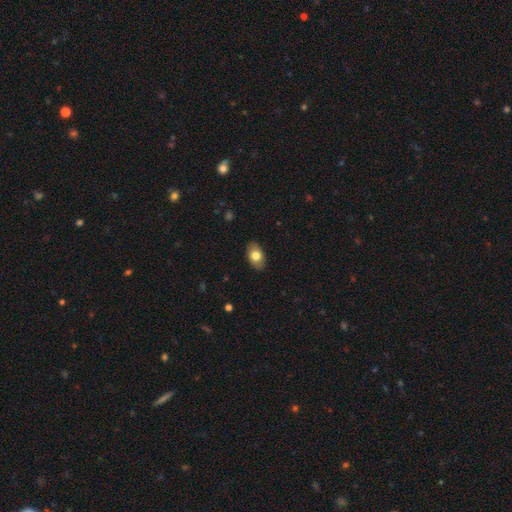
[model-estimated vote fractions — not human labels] The model was most divided on "smooth or featured": smooth: 77%, featured or disk: 16%, star or artifact: 7%. More confident: how rounded — in between (90%); merging — none (87%).